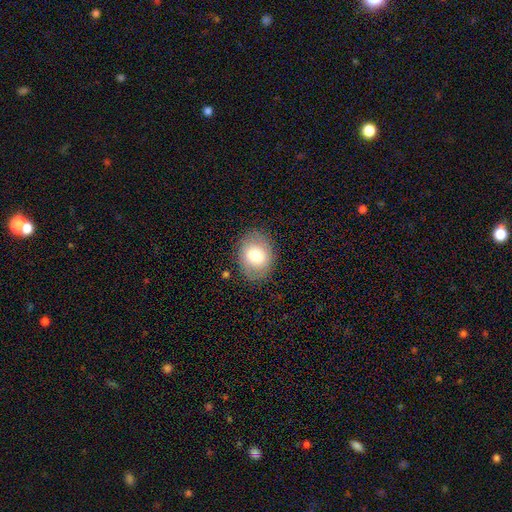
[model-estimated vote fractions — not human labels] Overall: smooth (75%). How rounded: in between (61%; round 38%). Merging: none (84%).